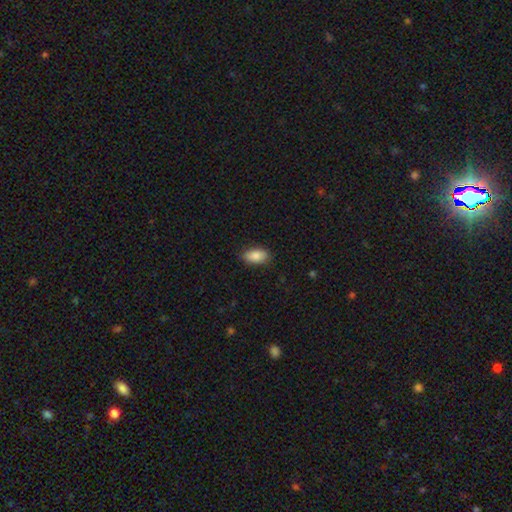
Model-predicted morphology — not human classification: The model was most divided on "merging": none: 86%, minor disturbance: 11%, major disturbance: 2%, merger: 1%. More confident: how rounded — in between (92%); smooth or featured — smooth (86%).